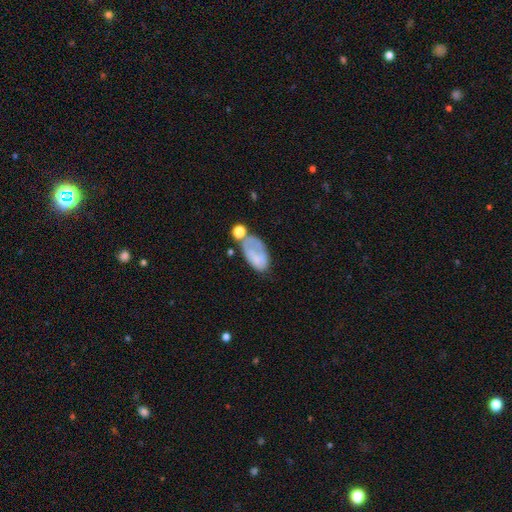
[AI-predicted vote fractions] Q: Smooth or featured?
A: smooth (60%); runner-up: featured or disk (30%)
Q: How rounded?
A: in between (92%); runner-up: round (5%)
Q: Merging?
A: none (34%); runner-up: minor disturbance (27%)